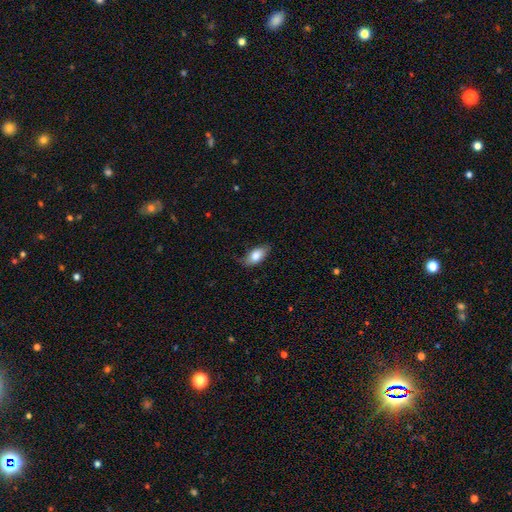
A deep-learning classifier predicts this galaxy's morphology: The model was most divided on "merging": none: 66%, minor disturbance: 26%, major disturbance: 6%, merger: 1%. More confident: how rounded — in between (91%); smooth or featured — smooth (79%).